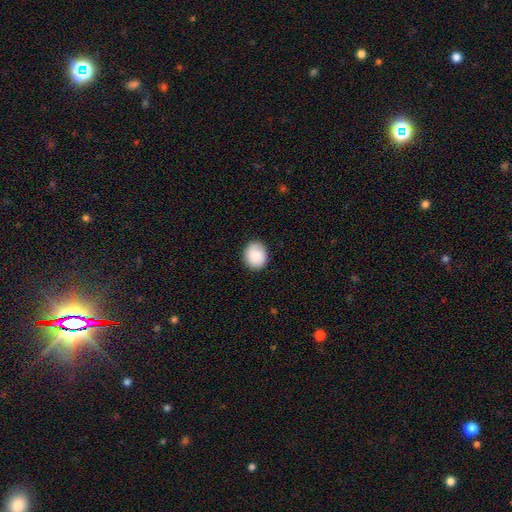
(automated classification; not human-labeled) Smooth or featured: smooth — 86% (featured or disk — 7%)
How rounded: round — 72% (in between — 27%)
Merging: none — 87% (minor disturbance — 10%)